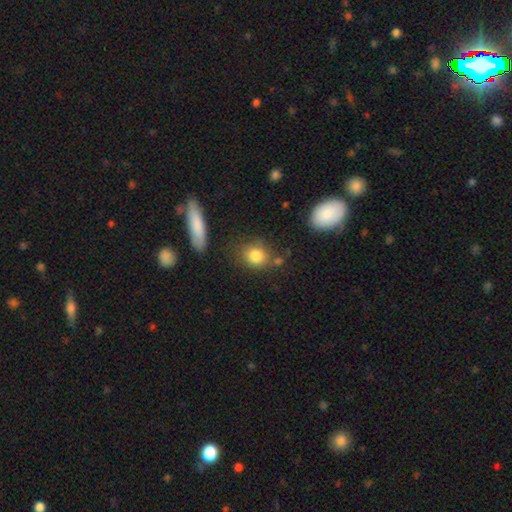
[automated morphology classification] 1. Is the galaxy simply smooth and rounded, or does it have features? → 83% smooth, 9% star or artifact, 8% featured or disk.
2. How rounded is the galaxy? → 73% round, 25% in between, 2% cigar-shaped.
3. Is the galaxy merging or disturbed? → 71% none, 15% minor disturbance, 9% merger, 5% major disturbance.